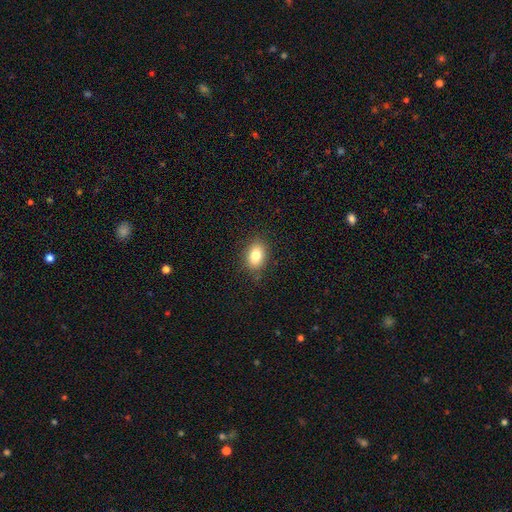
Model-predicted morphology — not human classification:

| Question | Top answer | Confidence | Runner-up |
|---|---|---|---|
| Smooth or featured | smooth | 82% | star or artifact (9%) |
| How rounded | in between | 80% | round (19%) |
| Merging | none | 84% | minor disturbance (12%) |